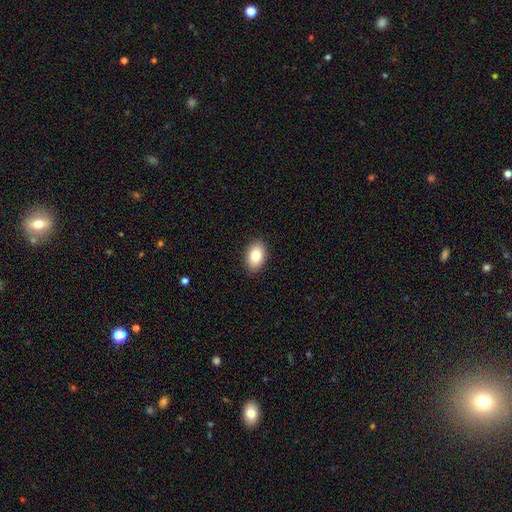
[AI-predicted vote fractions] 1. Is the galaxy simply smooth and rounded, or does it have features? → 83% smooth, 10% featured or disk, 8% star or artifact.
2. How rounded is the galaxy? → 88% in between, 11% round, 1% cigar-shaped.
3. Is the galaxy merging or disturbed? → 89% none, 8% minor disturbance, 2% major disturbance, 1% merger.